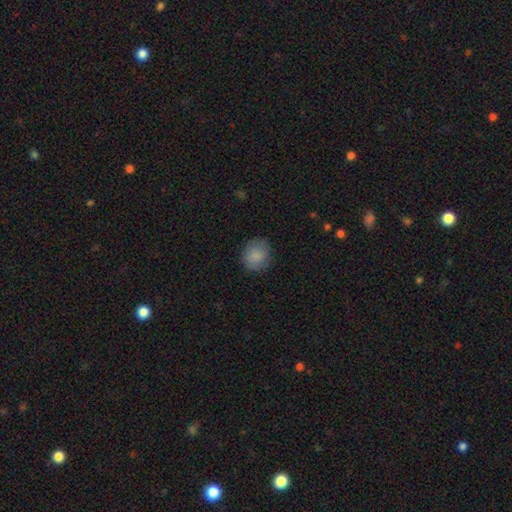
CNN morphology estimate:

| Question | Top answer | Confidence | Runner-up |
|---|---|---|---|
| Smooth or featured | smooth | 85% | star or artifact (8%) |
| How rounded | round | 75% | in between (24%) |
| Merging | none | 80% | minor disturbance (15%) |